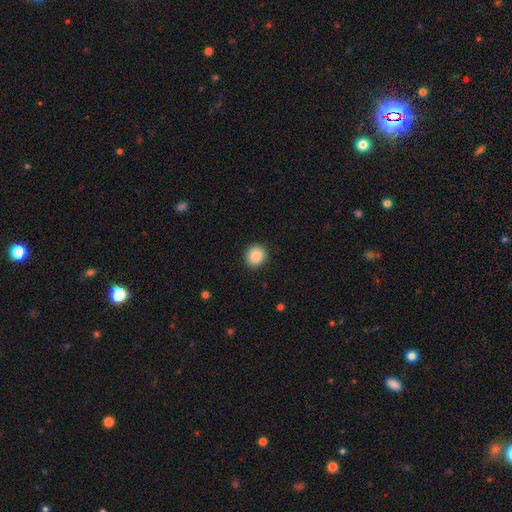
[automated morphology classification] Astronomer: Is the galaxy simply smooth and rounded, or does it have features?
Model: smooth — 87%.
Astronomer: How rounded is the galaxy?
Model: round — 85%.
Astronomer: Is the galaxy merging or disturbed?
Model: none — 91%.